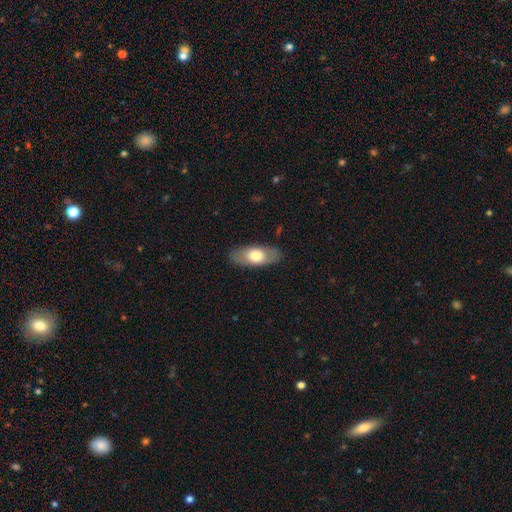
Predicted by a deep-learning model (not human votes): Q: Smooth or featured?
A: smooth (64%); runner-up: featured or disk (31%)
Q: How rounded?
A: in between (84%); runner-up: cigar-shaped (12%)
Q: Merging?
A: none (84%); runner-up: minor disturbance (12%)